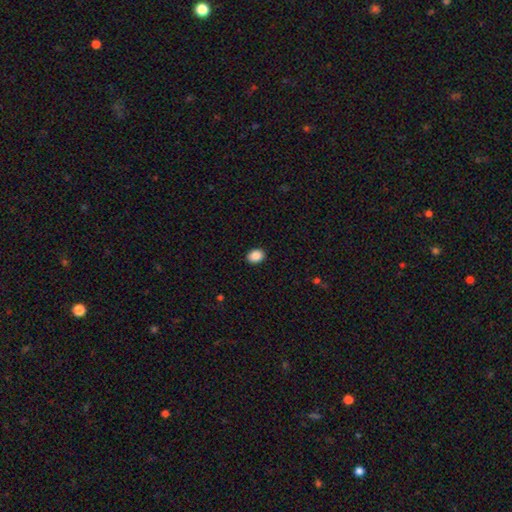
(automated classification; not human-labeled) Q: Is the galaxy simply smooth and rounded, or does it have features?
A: smooth — 88%.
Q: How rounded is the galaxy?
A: in between — 58%.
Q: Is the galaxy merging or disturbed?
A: none — 91%.